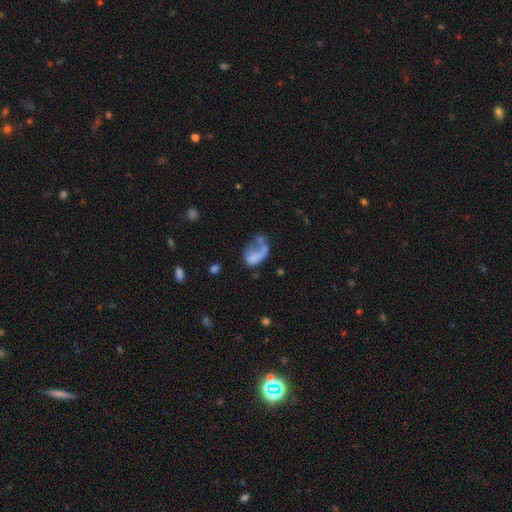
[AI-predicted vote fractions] Morphology: type=smooth (48%); merging=major disturbance (52%).